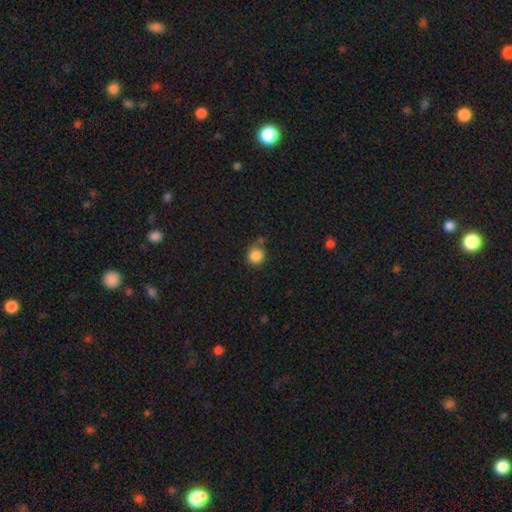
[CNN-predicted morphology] smooth_or_featured: smooth (p=0.85) [alt: star or artifact p=0.10]
how_rounded: round (p=0.90) [alt: in between p=0.09]
merging: none (p=0.67) [alt: minor disturbance p=0.18]